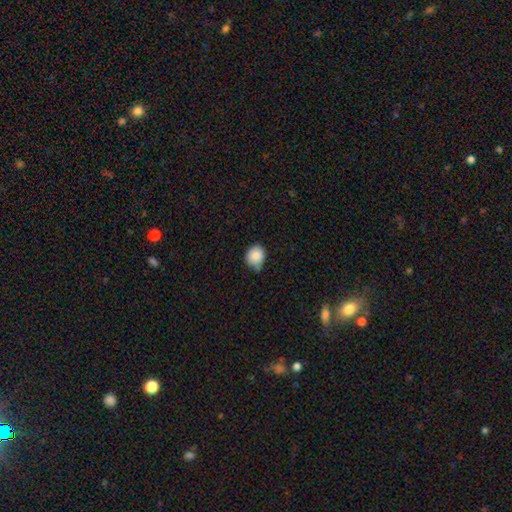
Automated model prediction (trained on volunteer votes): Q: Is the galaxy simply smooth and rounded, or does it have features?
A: smooth — 86%.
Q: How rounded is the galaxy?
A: round — 72%.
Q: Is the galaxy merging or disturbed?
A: none — 60%.